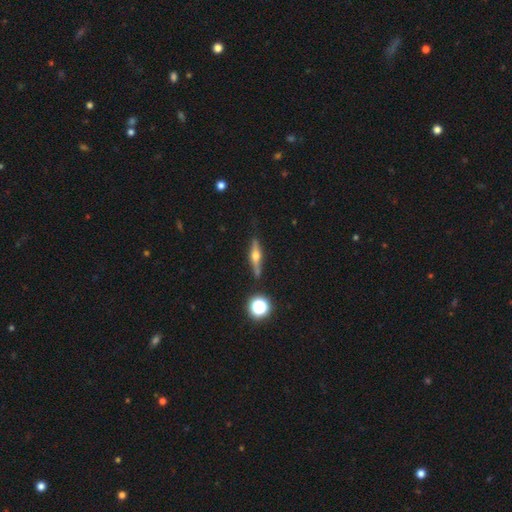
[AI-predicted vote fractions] Smooth or featured? Predicted: featured or disk (p=0.66). Edge-on disk? Predicted: yes (p=0.95). Edge-on bulge? Predicted: rounded (p=0.94). Merging? Predicted: none (p=0.84).